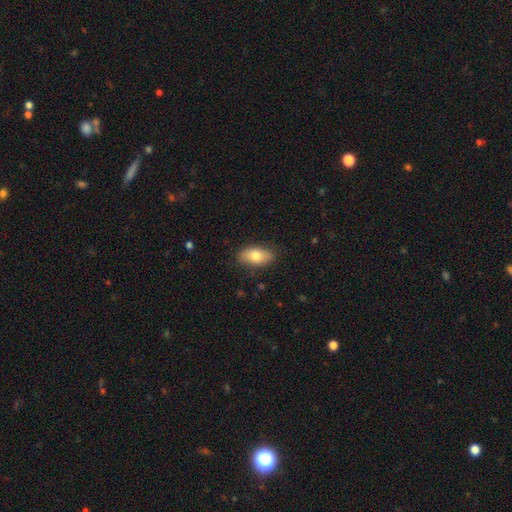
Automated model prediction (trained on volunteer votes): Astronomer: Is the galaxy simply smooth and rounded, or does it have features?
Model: smooth — 77%.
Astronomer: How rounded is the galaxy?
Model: in between — 89%.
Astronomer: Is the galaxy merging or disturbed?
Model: none — 85%.